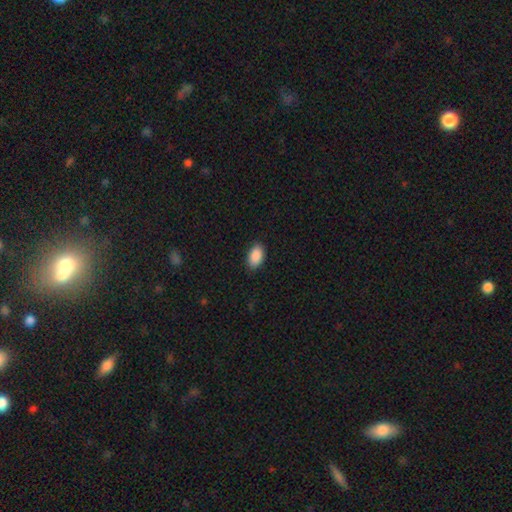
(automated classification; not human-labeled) Smooth or featured? smooth (90%)
How rounded? in between (94%)
Merging? none (87%)